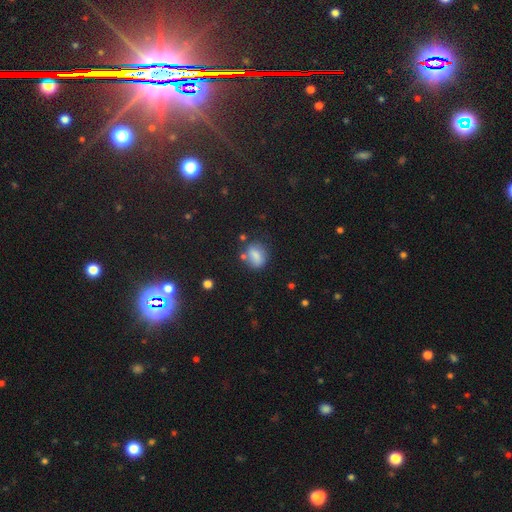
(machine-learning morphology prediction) smooth 78%, featured or disk 11%, star or artifact 11%. Down the decision tree: how rounded — in between (61%); merging — none (65%).